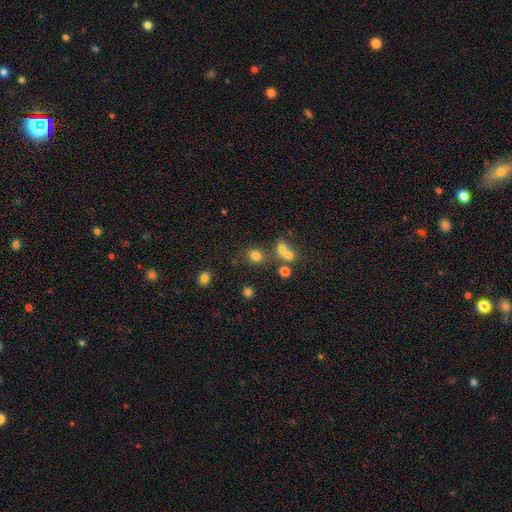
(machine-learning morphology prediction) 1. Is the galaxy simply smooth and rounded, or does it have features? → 76% smooth, 16% star or artifact, 8% featured or disk.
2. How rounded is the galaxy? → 73% round, 26% in between, 1% cigar-shaped.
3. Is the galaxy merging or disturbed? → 68% none, 17% merger, 10% minor disturbance, 5% major disturbance.